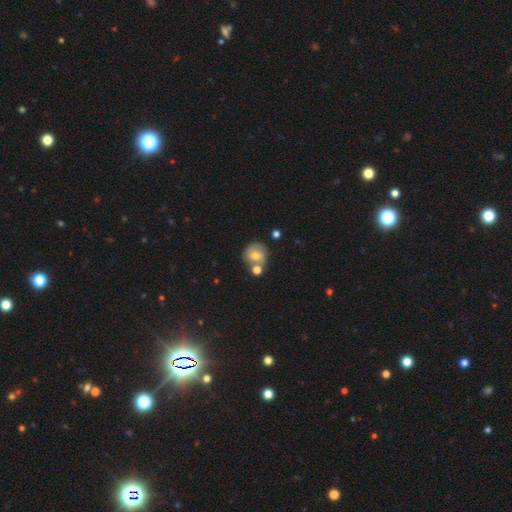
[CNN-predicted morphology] Overall: smooth (58%; featured or disk 33%). How rounded: round (84%). Merging: none (53%; merger 28%).